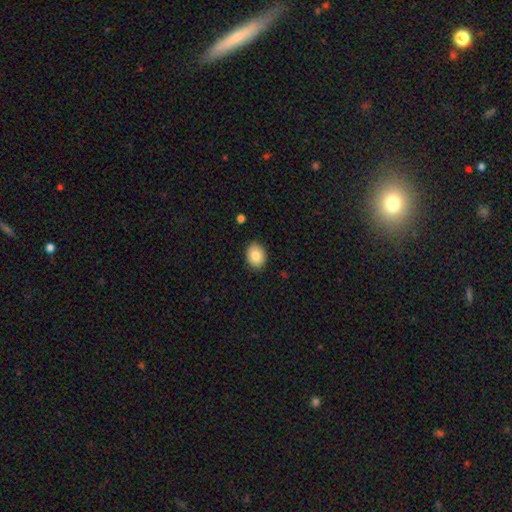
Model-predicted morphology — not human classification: Smooth or featured: smooth — 84% (featured or disk — 8%)
How rounded: in between — 66% (round — 33%)
Merging: none — 89% (minor disturbance — 8%)